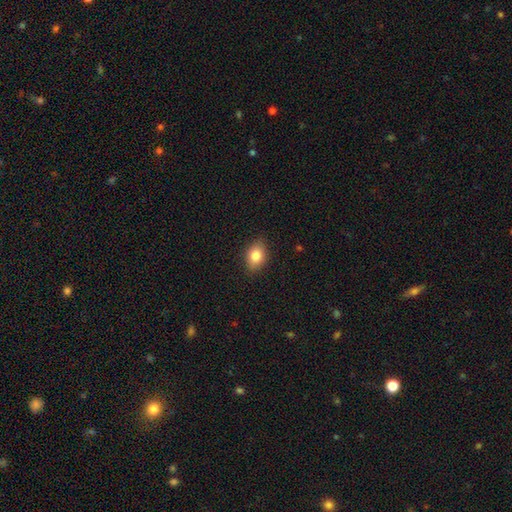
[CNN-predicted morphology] Smooth or featured?
  - smooth: 83% *
  - featured or disk: 8%
  - star or artifact: 8%
How rounded?
  - in between: 78% *
  - round: 20%
  - cigar-shaped: 2%
Merging?
  - none: 85% *
  - minor disturbance: 11%
  - major disturbance: 2%
  - merger: 1%